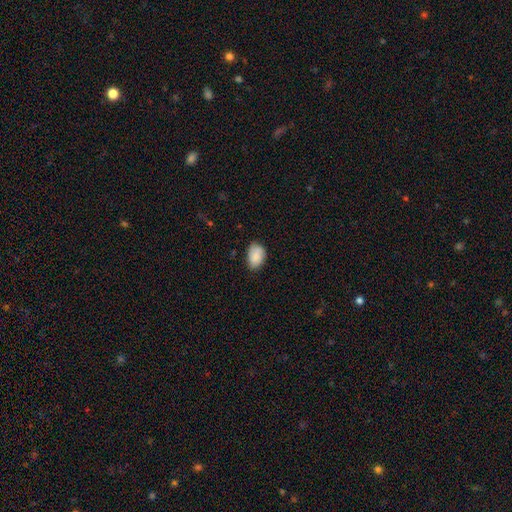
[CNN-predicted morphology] Q: Smooth or featured?
A: smooth (87%); runner-up: star or artifact (7%)
Q: How rounded?
A: in between (87%); runner-up: round (12%)
Q: Merging?
A: none (73%); runner-up: minor disturbance (22%)